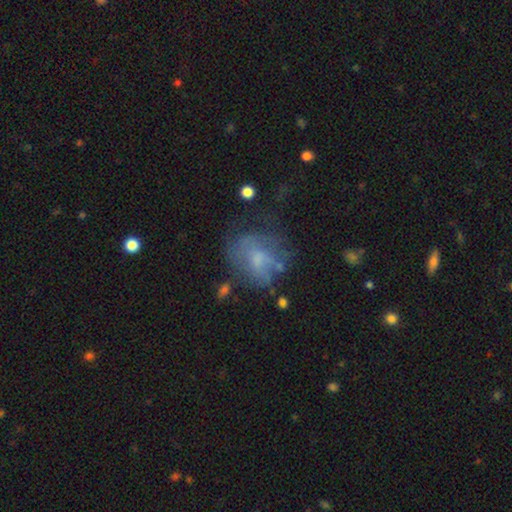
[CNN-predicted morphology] smooth-or-featured: smooth: 48% | featured or disk: 39% | star or artifact: 13%
  merging: none: 44% | major disturbance: 25% | minor disturbance: 25% | merger: 5%